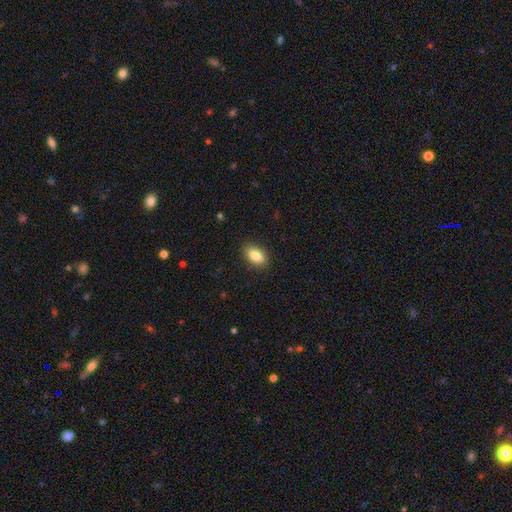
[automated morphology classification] This appears to be a smooth galaxy with no disk features (85%) that is in between round and cigar-shaped (90%). Merging: none (87%).